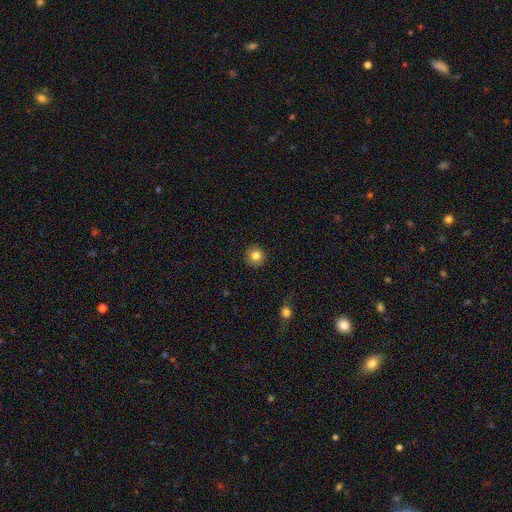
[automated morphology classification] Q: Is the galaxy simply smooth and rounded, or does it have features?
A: smooth — 83%.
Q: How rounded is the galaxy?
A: round — 95%.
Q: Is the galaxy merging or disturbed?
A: none — 92%.